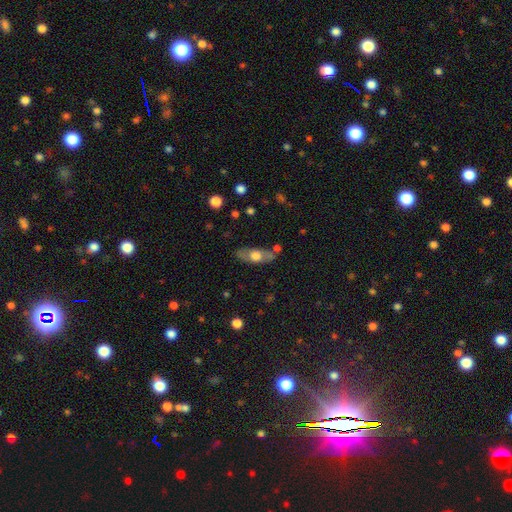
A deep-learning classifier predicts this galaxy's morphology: smooth_or_featured: smooth (p=0.52) [alt: featured or disk p=0.42]
how_rounded: in between (p=0.72) [alt: cigar-shaped p=0.22]
merging: none (p=0.72) [alt: minor disturbance p=0.17]